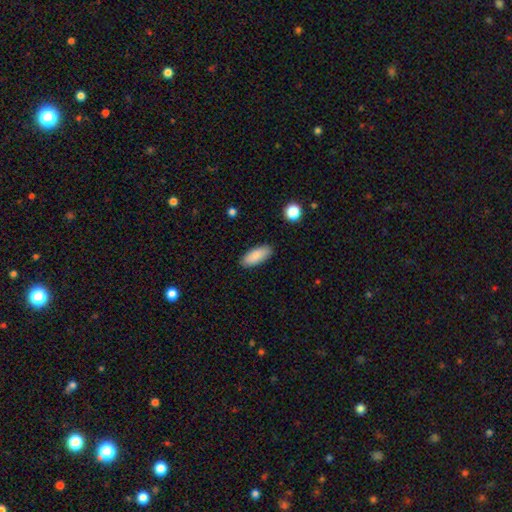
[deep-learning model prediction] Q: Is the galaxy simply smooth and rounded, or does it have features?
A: smooth — 89%.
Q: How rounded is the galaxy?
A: in between — 80%.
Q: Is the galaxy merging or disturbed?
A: none — 88%.